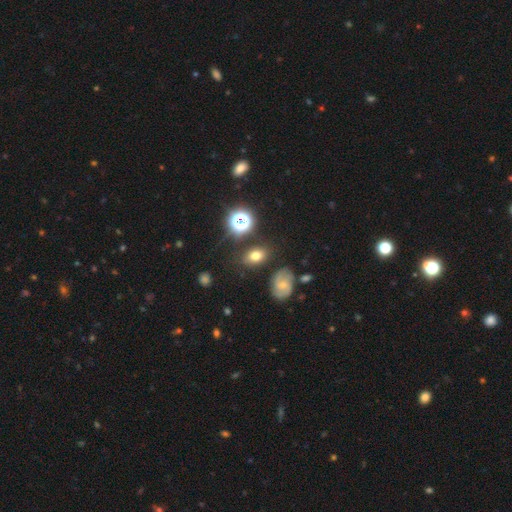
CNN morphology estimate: Smooth or featured: smooth — 69% (star or artifact — 17%)
How rounded: in between — 79% (round — 19%)
Merging: none — 80% (minor disturbance — 12%)